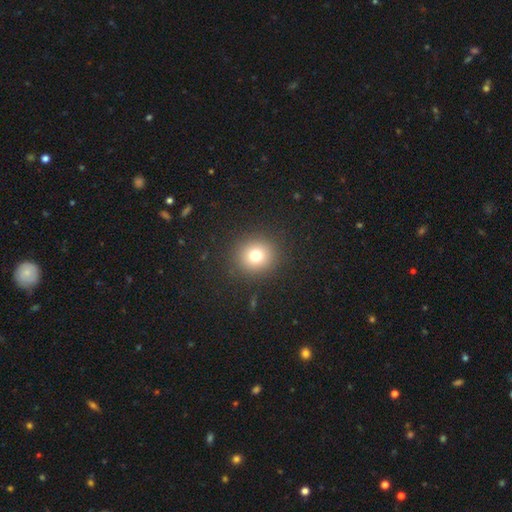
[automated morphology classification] This is likely a smooth galaxy (76%). How rounded: clearly round (90%). Merging: clearly none (90%).